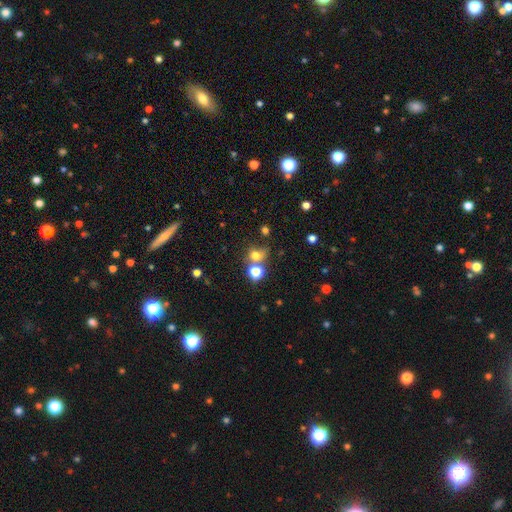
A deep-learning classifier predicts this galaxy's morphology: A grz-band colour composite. It shows a smooth galaxy with no disk features (69%) that is round (77%). Merging: none (51%).